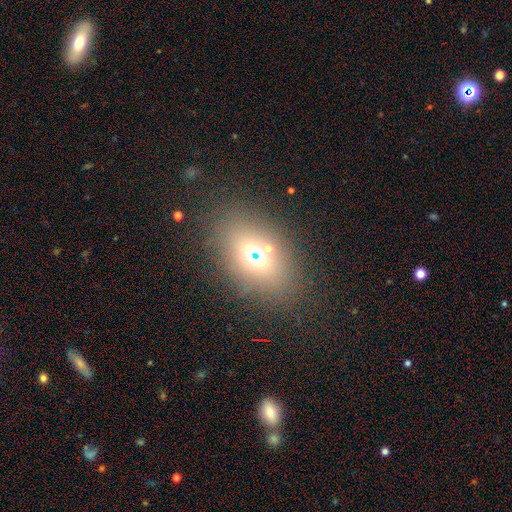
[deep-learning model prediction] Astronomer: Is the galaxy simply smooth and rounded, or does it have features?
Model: smooth — 55%.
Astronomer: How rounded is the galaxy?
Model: in between — 67%.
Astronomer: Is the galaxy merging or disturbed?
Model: none — 80%.